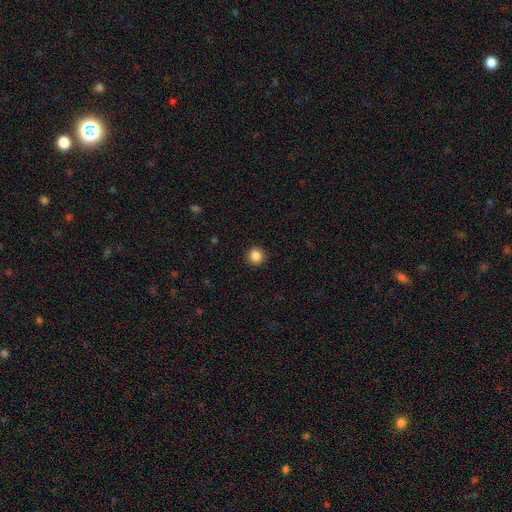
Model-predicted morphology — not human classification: This is clearly a smooth galaxy (87%). How rounded: clearly round (93%). Merging: clearly none (92%).